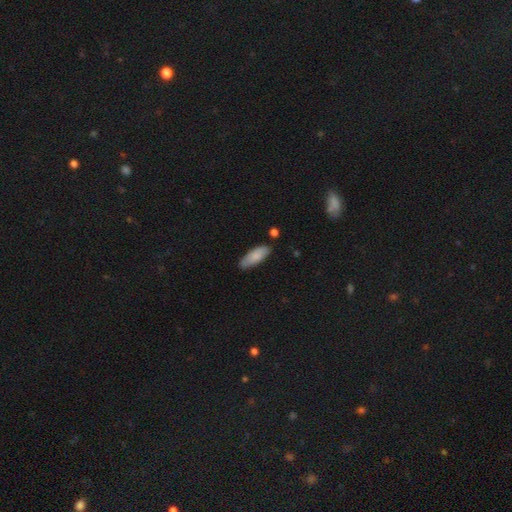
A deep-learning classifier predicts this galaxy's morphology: Smooth or featured?
  - smooth: 83% *
  - featured or disk: 11%
  - star or artifact: 6%
How rounded?
  - in between: 70% *
  - cigar-shaped: 28%
  - round: 2%
Merging?
  - none: 80% *
  - minor disturbance: 15%
  - merger: 2%
  - major disturbance: 2%